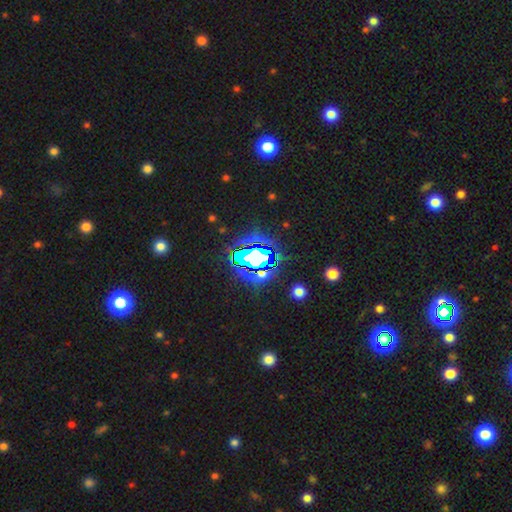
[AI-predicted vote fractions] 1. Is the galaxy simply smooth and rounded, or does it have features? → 71% star or artifact, 16% smooth, 13% featured or disk.